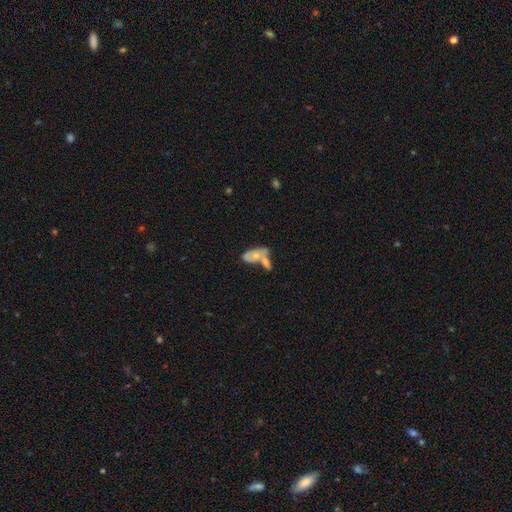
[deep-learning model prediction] Q: Smooth or featured?
A: smooth (50%); runner-up: featured or disk (43%)
Q: How rounded?
A: in between (88%); runner-up: cigar-shaped (7%)
Q: Merging?
A: merger (58%); runner-up: none (22%)